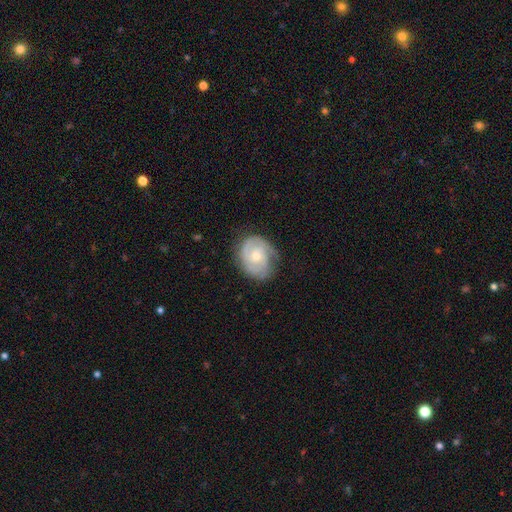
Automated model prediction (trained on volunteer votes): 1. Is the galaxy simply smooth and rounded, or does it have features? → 78% featured or disk, 16% smooth, 5% star or artifact.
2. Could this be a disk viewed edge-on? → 98% no, 2% yes.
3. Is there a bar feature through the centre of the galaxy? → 70% no, 26% weak, 4% strong.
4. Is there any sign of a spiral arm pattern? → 94% yes, 6% no.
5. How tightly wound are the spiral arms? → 56% tight, 35% medium, 9% loose.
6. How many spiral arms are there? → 47% 2, 21% 3, 20% can't tell, 6% 1, 4% 4, 3% more than 4.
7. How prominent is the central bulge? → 52% moderate, 43% small, 2% large, 1% none, 1% dominant.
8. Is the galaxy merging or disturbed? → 70% none, 22% minor disturbance, 7% major disturbance, 1% merger.